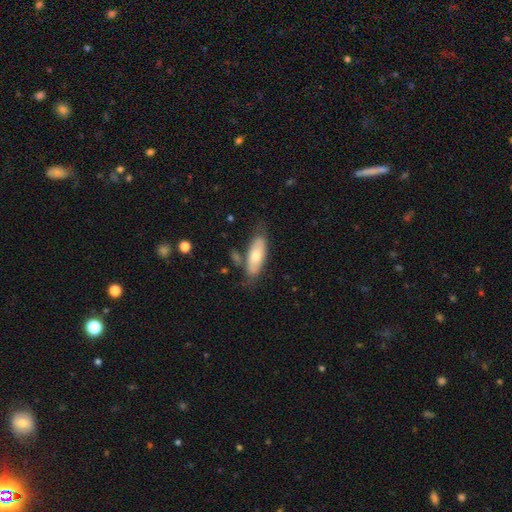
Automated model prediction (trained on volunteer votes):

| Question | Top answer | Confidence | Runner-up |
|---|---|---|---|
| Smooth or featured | smooth | 68% | featured or disk (26%) |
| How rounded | in between | 73% | cigar-shaped (25%) |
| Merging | none | 66% | minor disturbance (21%) |